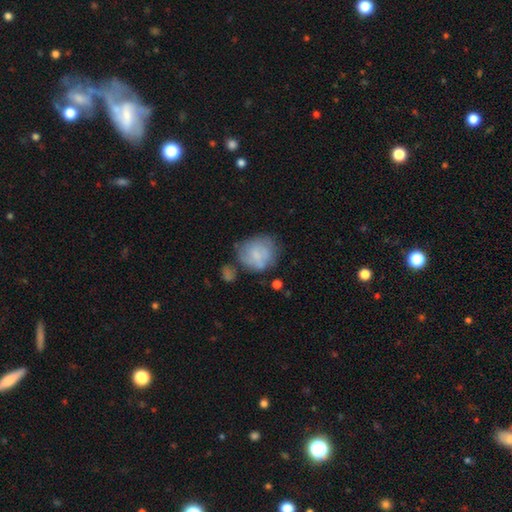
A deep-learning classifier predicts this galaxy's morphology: This appears to be a smooth galaxy with no disk features (62%) that is round (75%). Merging: none (55%).